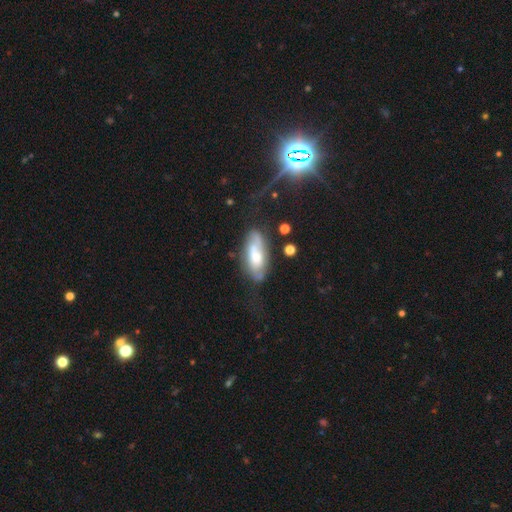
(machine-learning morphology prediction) Smooth or featured? smooth (47%)
Merging? none (55%)